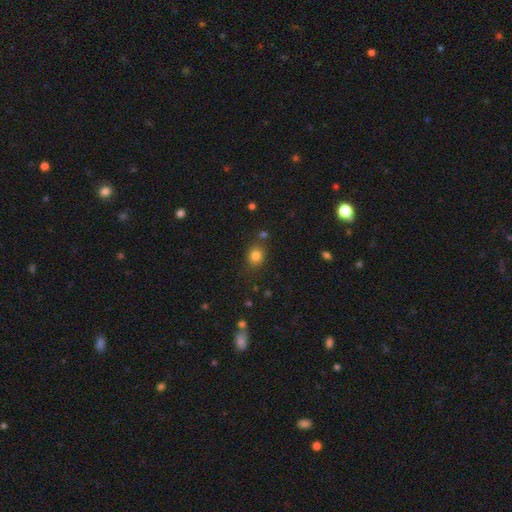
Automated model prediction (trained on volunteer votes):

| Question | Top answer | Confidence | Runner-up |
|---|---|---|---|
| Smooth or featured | smooth | 82% | star or artifact (12%) |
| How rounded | round | 64% | in between (35%) |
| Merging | none | 77% | minor disturbance (13%) |